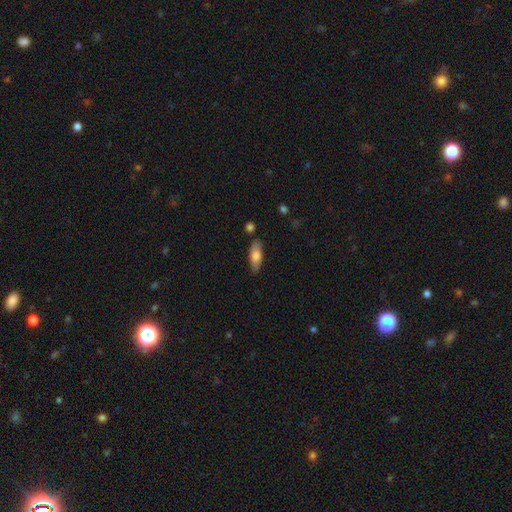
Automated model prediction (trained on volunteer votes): Overall: smooth (73%). How rounded: in between (67%; cigar-shaped 31%). Merging: none (80%).